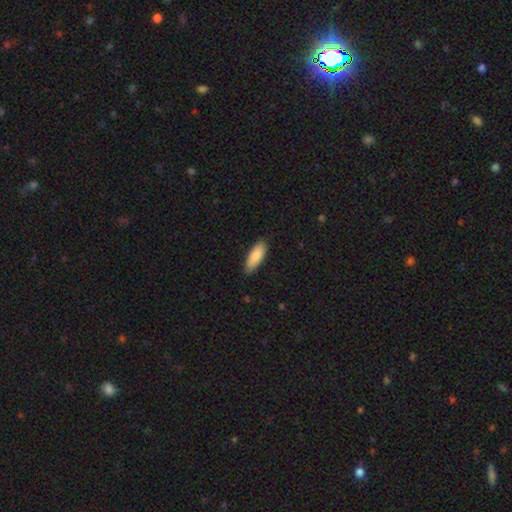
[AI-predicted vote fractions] A smooth galaxy with no disk features (87%) that is in between round and cigar-shaped (70%). Merging: none (84%).